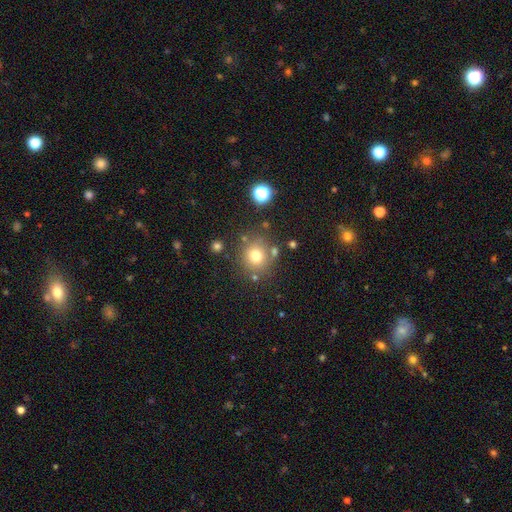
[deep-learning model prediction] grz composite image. It shows a smooth galaxy with no disk features (73%) that is round (89%). Merging: none (78%).